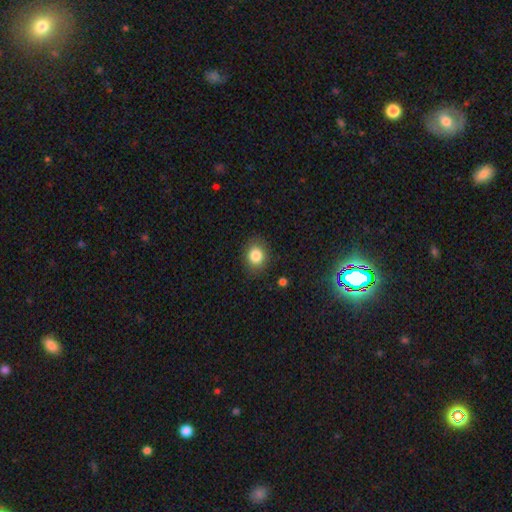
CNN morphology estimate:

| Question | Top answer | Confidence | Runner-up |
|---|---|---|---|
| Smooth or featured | smooth | 84% | star or artifact (10%) |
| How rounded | round | 60% | in between (40%) |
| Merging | none | 83% | minor disturbance (12%) |